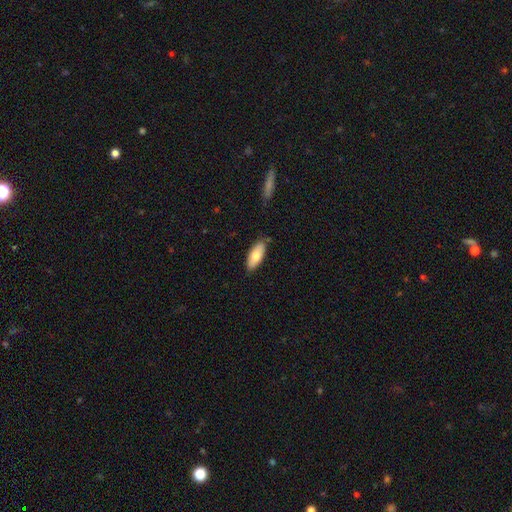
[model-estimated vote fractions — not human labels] Overall: smooth (72%). How rounded: in between (79%). Merging: none (83%).